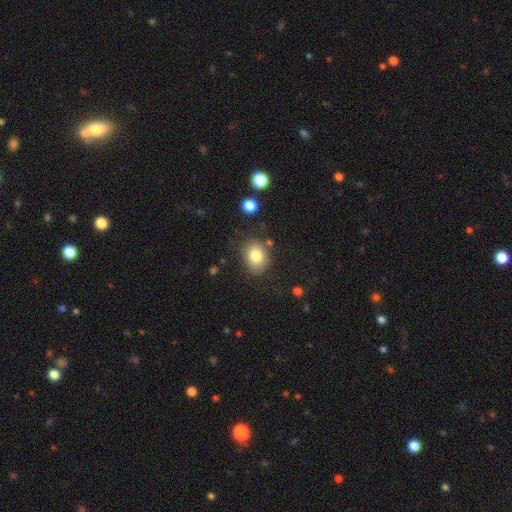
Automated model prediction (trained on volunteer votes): A smooth galaxy with no disk features (81%) that is in between round and cigar-shaped (52%).

Vote fractions:
- Smooth or featured? smooth: 81% / star or artifact: 10% / featured or disk: 9%
- How rounded? in between: 52% / round: 47% / cigar-shaped: 1%
- Merging? none: 77% / minor disturbance: 15% / major disturbance: 4% / merger: 4%